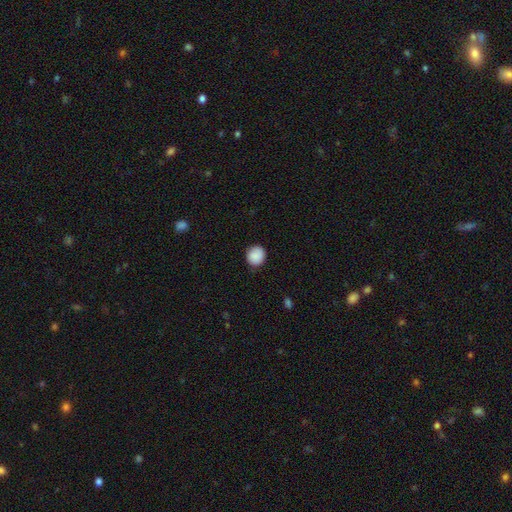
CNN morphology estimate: type=smooth (88%); roundness=round (87%); merging=none (84%).